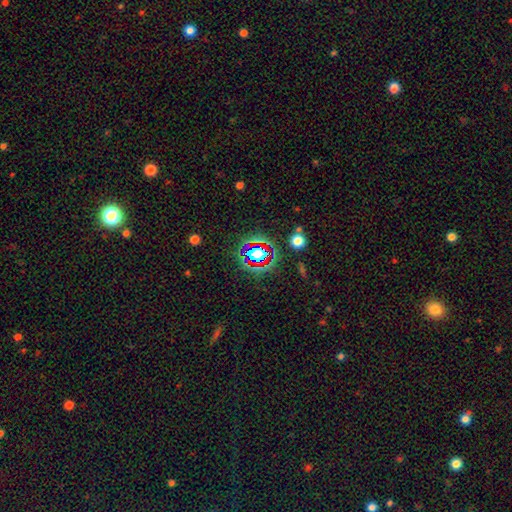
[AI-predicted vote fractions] Smooth or featured? star or artifact (61%)